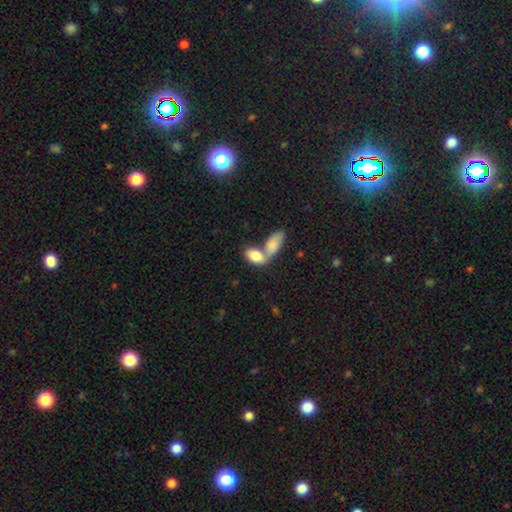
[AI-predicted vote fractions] Smooth or featured? smooth (80%)
How rounded? in between (91%)
Merging? merger (70%)